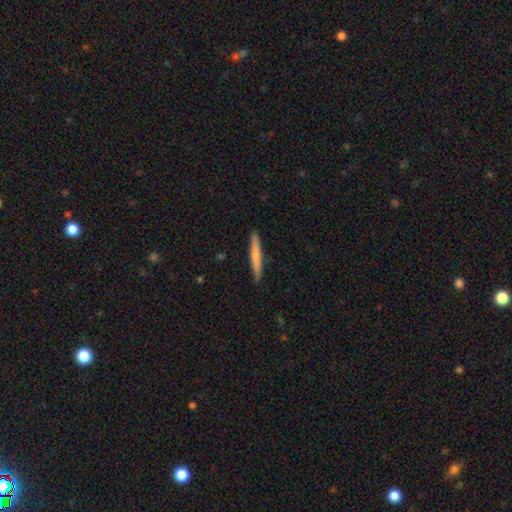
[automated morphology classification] type=smooth (68%); roundness=cigar-shaped (96%); merging=none (90%).